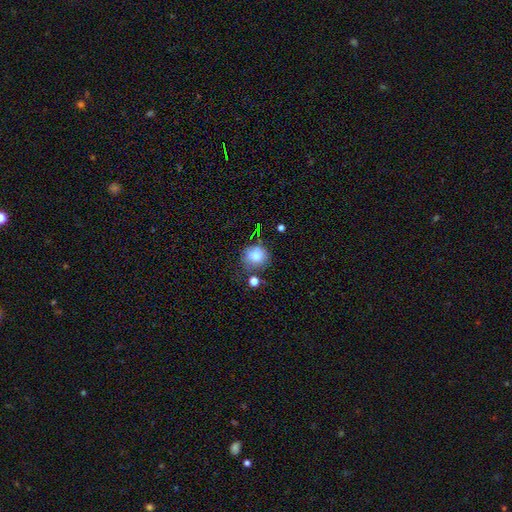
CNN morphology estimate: A smooth galaxy with no disk features (74%) that is round (83%).

Vote fractions:
- Smooth or featured? smooth: 74% / featured or disk: 14% / star or artifact: 12%
- How rounded? round: 83% / in between: 16% / cigar-shaped: 1%
- Merging? none: 58% / minor disturbance: 22% / merger: 10% / major disturbance: 9%